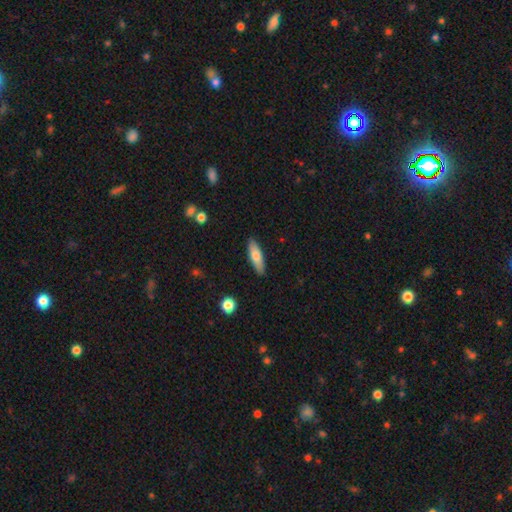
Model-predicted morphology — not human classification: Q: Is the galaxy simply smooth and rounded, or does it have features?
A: smooth — 71%.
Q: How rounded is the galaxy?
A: cigar-shaped — 54%.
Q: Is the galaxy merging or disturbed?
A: none — 88%.